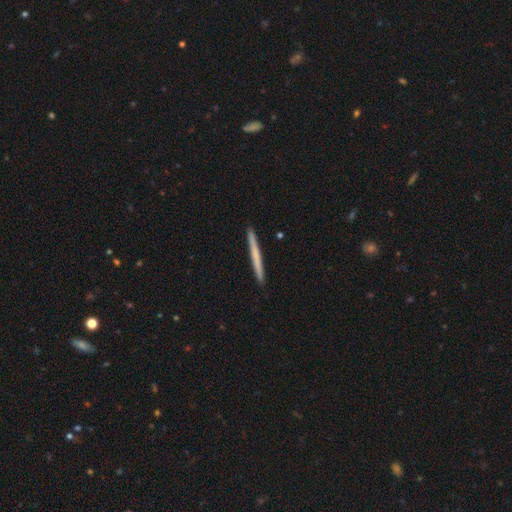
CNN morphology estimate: type=smooth (58%); roundness=cigar-shaped (97%); merging=none (93%).